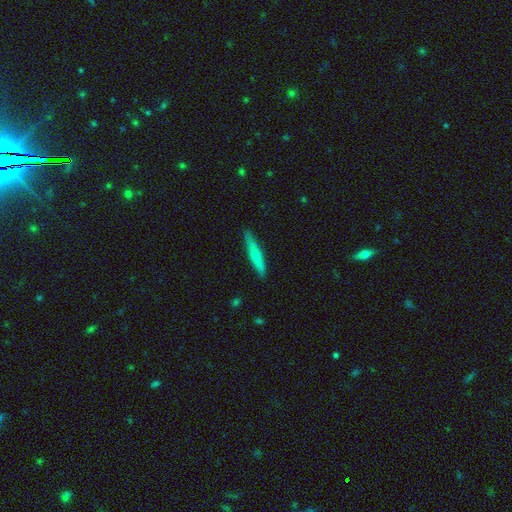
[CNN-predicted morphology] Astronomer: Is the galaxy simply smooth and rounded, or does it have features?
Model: smooth — 55% (runner-up: featured or disk, 39%).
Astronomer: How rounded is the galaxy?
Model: cigar-shaped — 90%.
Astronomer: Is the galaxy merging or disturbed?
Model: none — 87%.